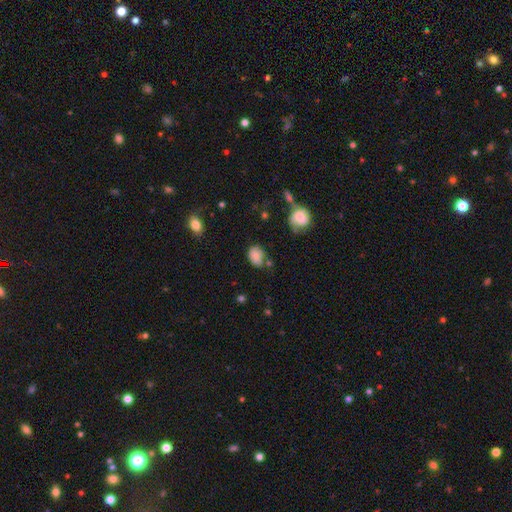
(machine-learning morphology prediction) Q: Smooth or featured?
A: smooth (81%); runner-up: star or artifact (10%)
Q: How rounded?
A: in between (68%); runner-up: round (31%)
Q: Merging?
A: none (57%); runner-up: minor disturbance (26%)